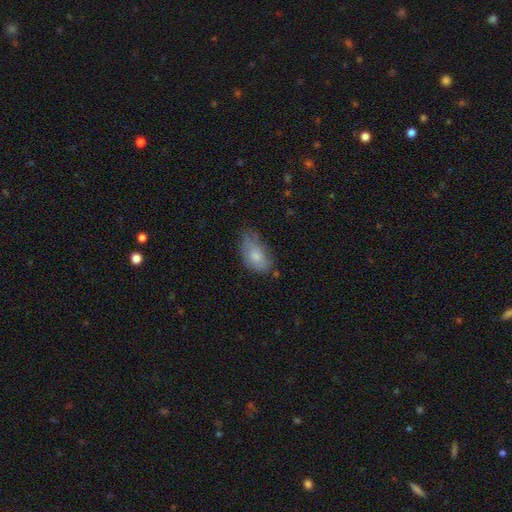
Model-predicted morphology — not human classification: This is likely a smooth galaxy (74%). How rounded: clearly in between (92%). Merging: possibly none (48%).